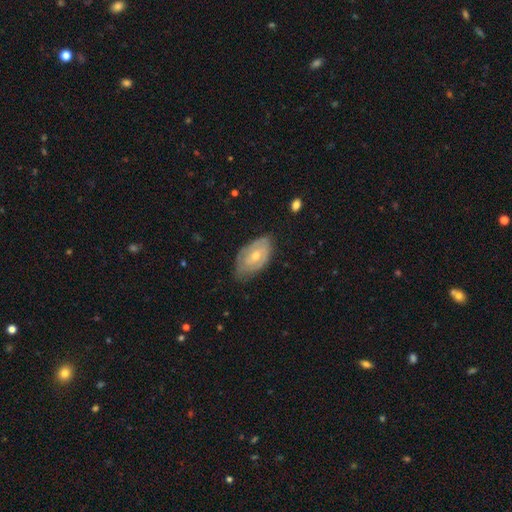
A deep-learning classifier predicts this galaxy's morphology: Smooth or featured? featured or disk (62%)
Edge-on disk? no (93%)
Bar? no (63%)
Spiral arms? yes (69%)
Bulge size? moderate (57%)
Merging? none (61%)